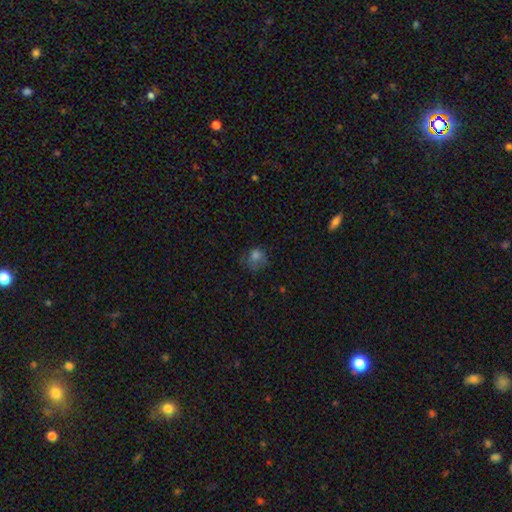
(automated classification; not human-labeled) Smooth or featured? Predicted: smooth (p=0.70). How rounded? Predicted: round (p=0.69). Merging? Predicted: none (p=0.50).